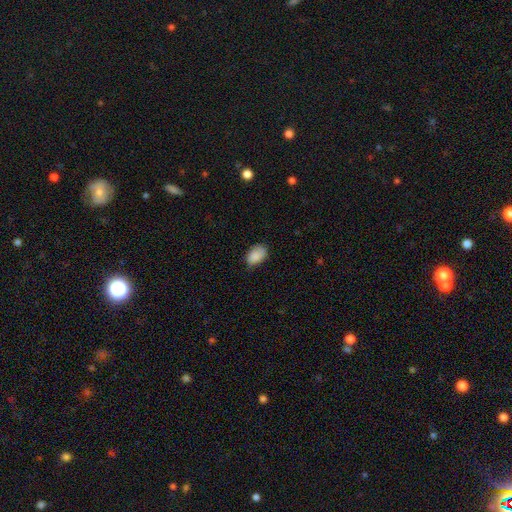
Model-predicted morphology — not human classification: This is clearly a smooth galaxy (87%). How rounded: clearly in between (89%). Merging: likely none (70%).